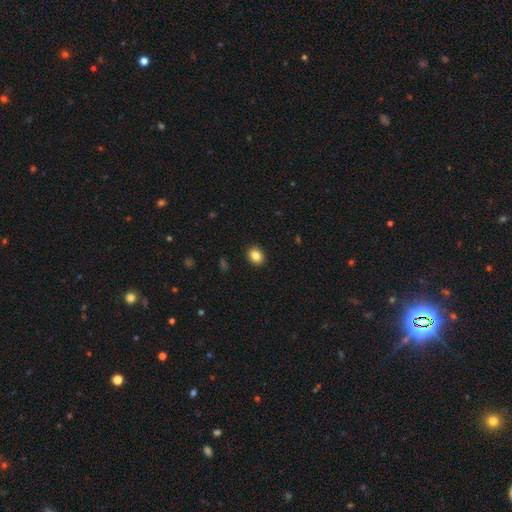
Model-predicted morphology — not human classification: This appears to be a smooth galaxy with no disk features (86%) that is in between round and cigar-shaped (58%). Merging: none (91%).